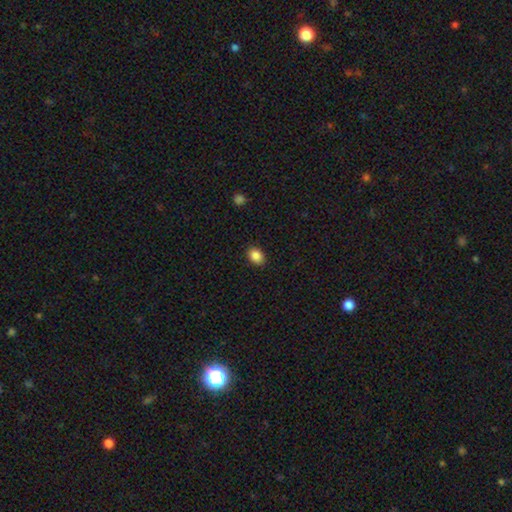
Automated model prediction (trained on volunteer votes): A smooth galaxy with no disk features (87%) that is in between round and cigar-shaped (69%).

Vote fractions:
- Smooth or featured? smooth: 87% / star or artifact: 9% / featured or disk: 4%
- How rounded? in between: 69% / round: 30% / cigar-shaped: 1%
- Merging? none: 89% / minor disturbance: 8% / major disturbance: 2% / merger: 1%